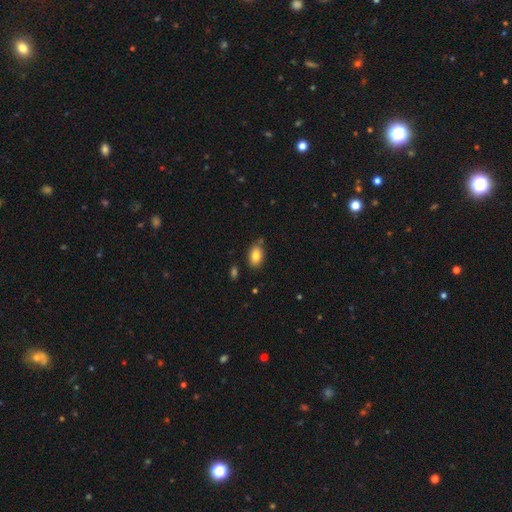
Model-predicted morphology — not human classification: smooth 84%, star or artifact 8%, featured or disk 8%. Down the decision tree: how rounded — in between (89%); merging — none (77%).